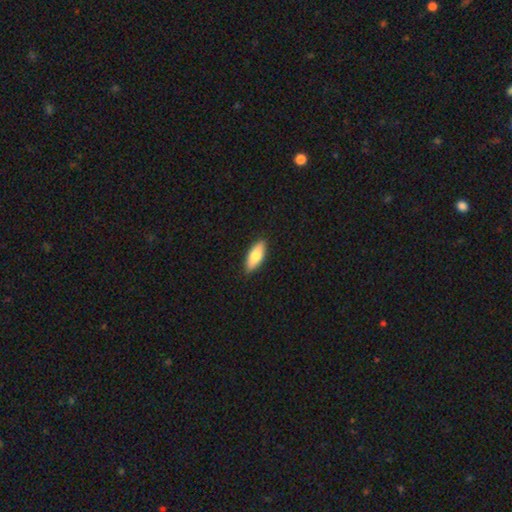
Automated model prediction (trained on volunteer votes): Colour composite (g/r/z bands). It shows a smooth galaxy with no disk features (78%) that is in between round and cigar-shaped (73%). Merging: none (89%).